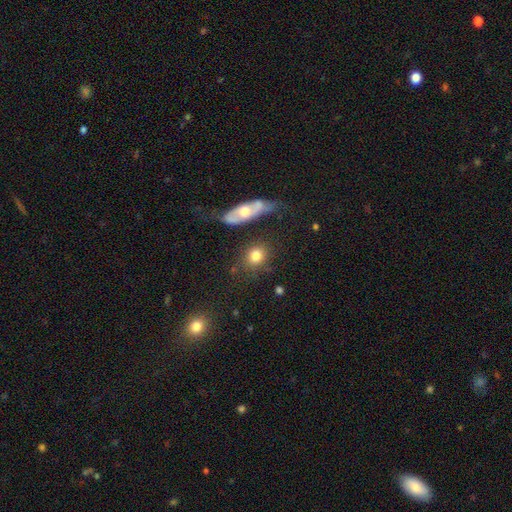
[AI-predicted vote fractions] Q: Smooth or featured?
A: smooth (78%); runner-up: featured or disk (13%)
Q: How rounded?
A: round (61%); runner-up: in between (35%)
Q: Merging?
A: none (72%); runner-up: minor disturbance (14%)